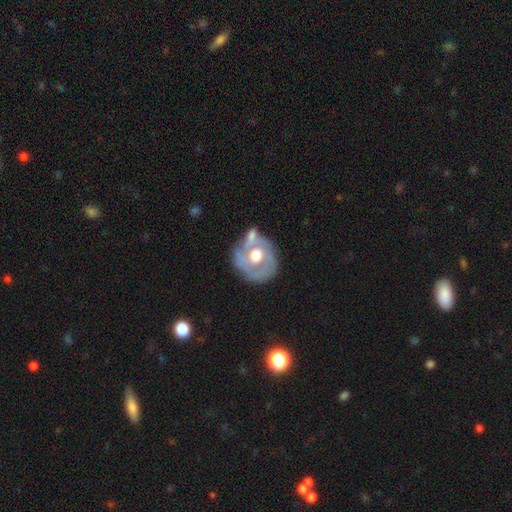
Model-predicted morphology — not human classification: A featured or disk galaxy (72%) with no bar (79%), spiral arms (63%) and a moderate central bulge (63%).

Vote fractions:
- Smooth or featured? featured or disk: 72% / smooth: 23% / star or artifact: 5%
- Edge-on disk? no: 97% / yes: 3%
- Bar? no: 79% / weak: 17% / strong: 4%
- Spiral arms? yes: 63% / no: 37%
- Bulge size? moderate: 63% / large: 31% / small: 4% / dominant: 2% / none: 1%
- Merging? none: 52% / minor disturbance: 22% / merger: 15% / major disturbance: 11%